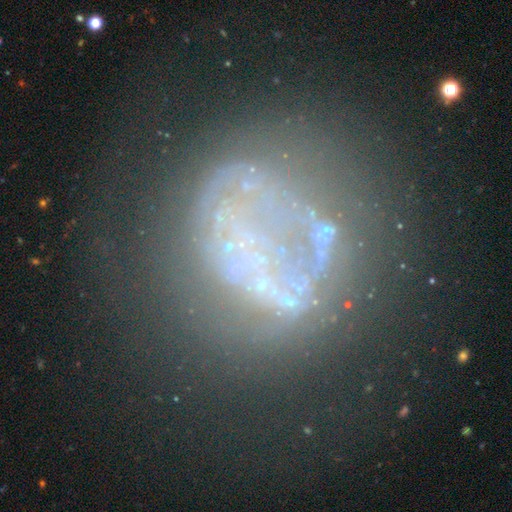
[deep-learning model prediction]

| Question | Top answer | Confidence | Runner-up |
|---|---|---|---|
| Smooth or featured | featured or disk | 61% | star or artifact (21%) |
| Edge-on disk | no | 97% | yes (3%) |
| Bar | no | 91% | weak (6%) |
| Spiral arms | no | 84% | yes (16%) |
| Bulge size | none | 79% | small (9%) |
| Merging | none | 45% | major disturbance (29%) |